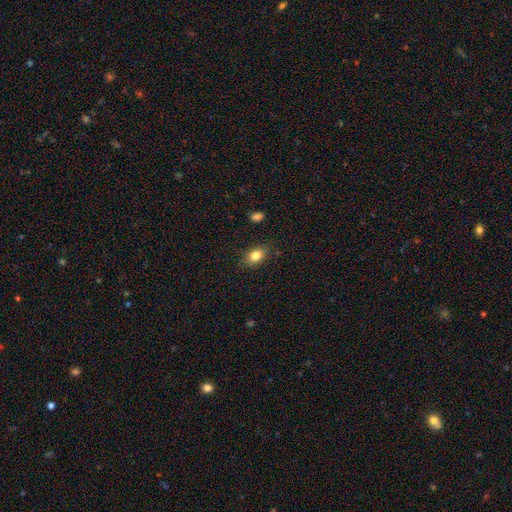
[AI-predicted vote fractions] Smooth or featured? smooth (83%)
How rounded? in between (82%)
Merging? none (84%)